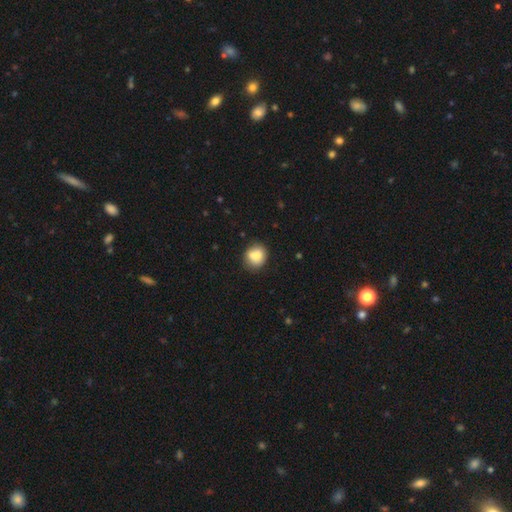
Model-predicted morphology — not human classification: Smooth or featured: smooth — 81% (featured or disk — 11%)
How rounded: round — 76% (in between — 23%)
Merging: none — 63% (minor disturbance — 17%)